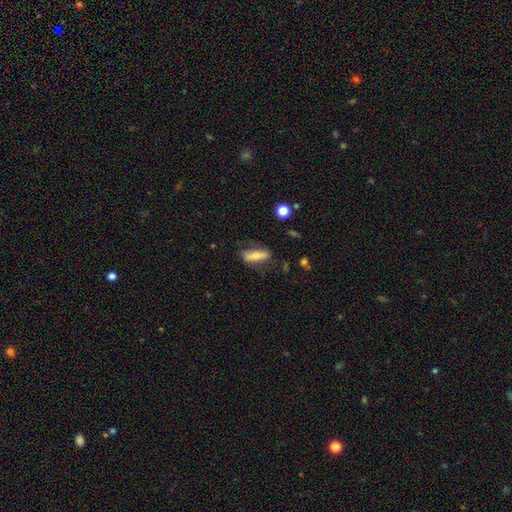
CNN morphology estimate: smooth-or-featured: smooth: 65% | featured or disk: 28% | star or artifact: 8%
  how-rounded: in between: 51% | cigar-shaped: 46% | round: 3%
  merging: none: 67% | minor disturbance: 21% | major disturbance: 10% | merger: 2%